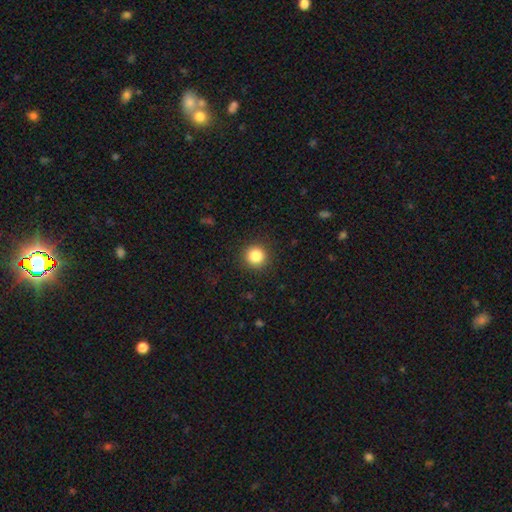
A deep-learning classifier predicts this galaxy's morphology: Smooth or featured: smooth — 85% (star or artifact — 11%)
How rounded: round — 95% (in between — 4%)
Merging: none — 91% (minor disturbance — 5%)